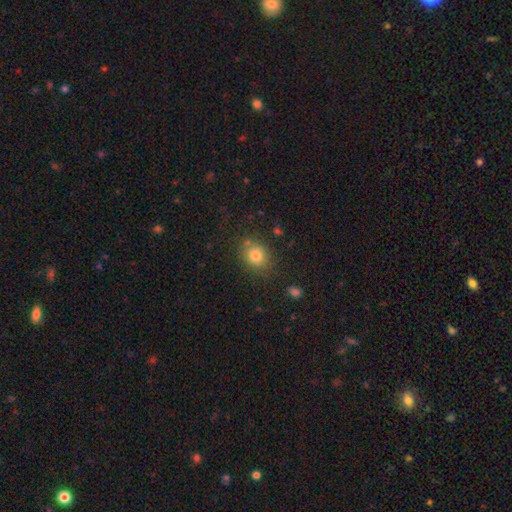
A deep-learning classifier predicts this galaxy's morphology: This appears to be a smooth galaxy with no disk features (79%) that is round (68%). Merging: none (80%).